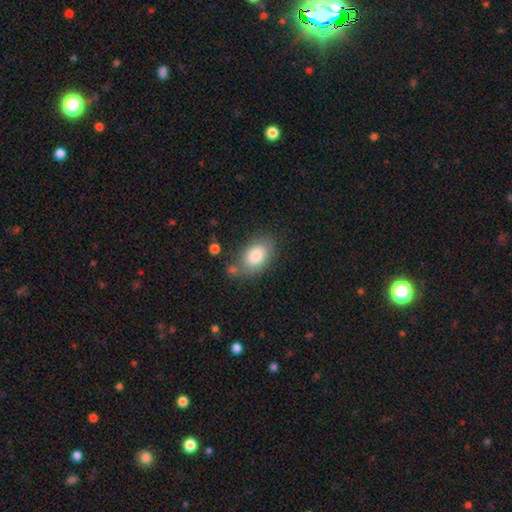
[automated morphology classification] A smooth galaxy with no disk features (82%) that is in between round and cigar-shaped (89%).

Vote fractions:
- Smooth or featured? smooth: 82% / featured or disk: 11% / star or artifact: 7%
- How rounded? in between: 89% / round: 10% / cigar-shaped: 1%
- Merging? none: 67% / minor disturbance: 19% / merger: 8% / major disturbance: 6%